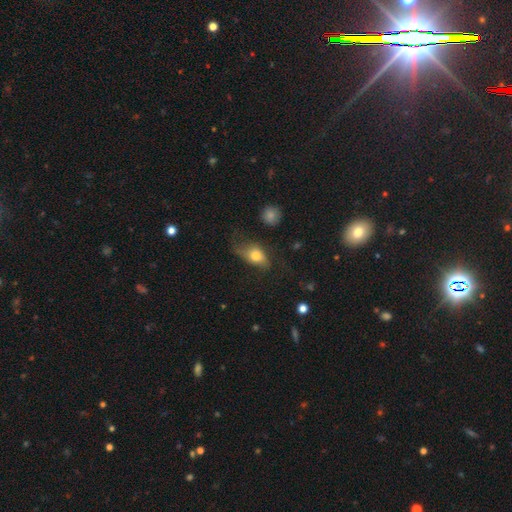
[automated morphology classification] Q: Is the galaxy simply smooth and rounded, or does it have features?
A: smooth — 67%.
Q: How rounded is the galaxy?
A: in between — 81%.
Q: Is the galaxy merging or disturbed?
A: none — 42%.